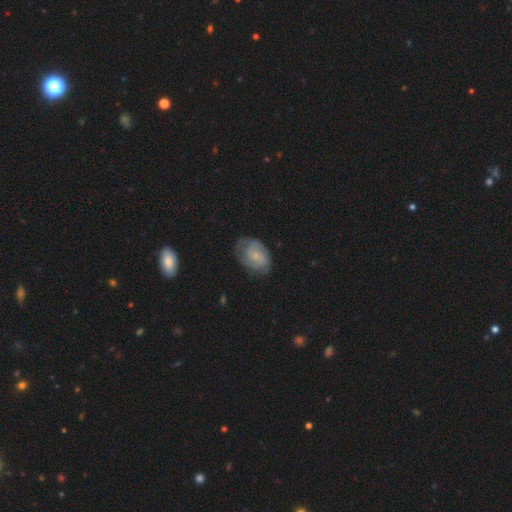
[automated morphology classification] This is possibly a featured or disk galaxy (55%). It is clearly not viewed edge-on (97%). Bar: likely no (74%). Spiral arm pattern: clearly yes (81%). Central bulge: likely small (71%). Merging: likely none (63%).